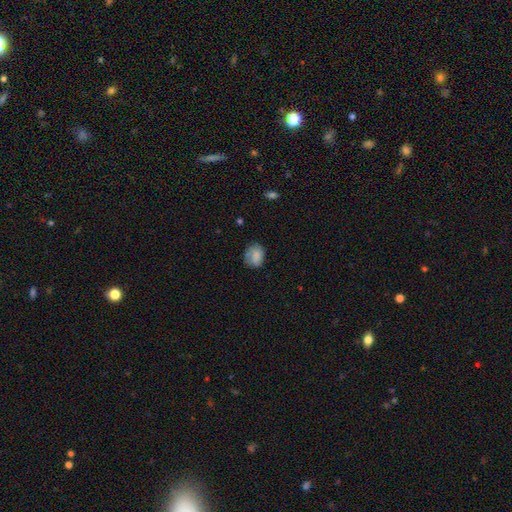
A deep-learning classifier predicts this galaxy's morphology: A smooth galaxy with no disk features (80%) that is in between round and cigar-shaped (50%). Merging: none (63%).